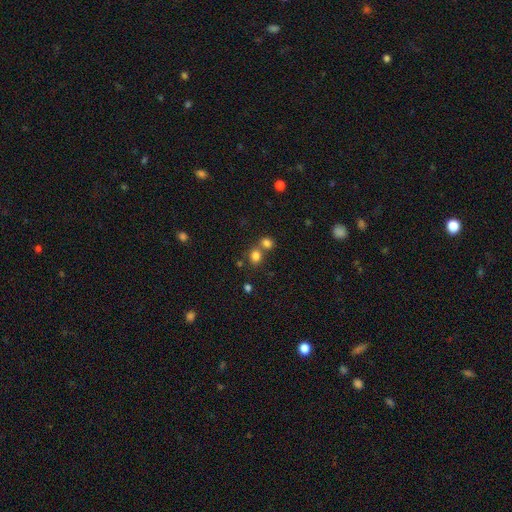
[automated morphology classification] Smooth or featured?
  - smooth: 80% *
  - star or artifact: 14%
  - featured or disk: 7%
How rounded?
  - round: 57% *
  - in between: 42%
  - cigar-shaped: 1%
Merging?
  - none: 51% *
  - merger: 37%
  - minor disturbance: 8%
  - major disturbance: 3%